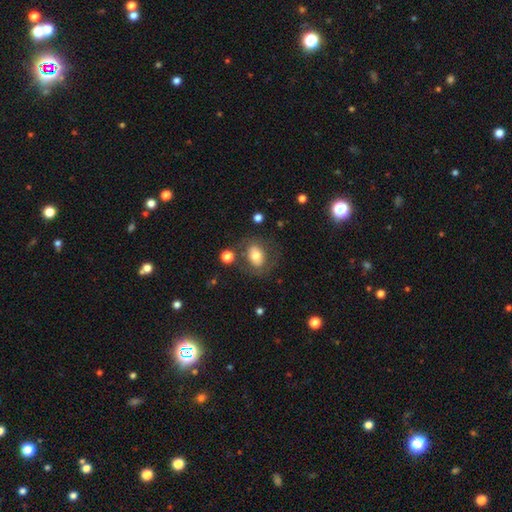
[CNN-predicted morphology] A smooth galaxy with no disk features (66%) that is in between round and cigar-shaped (62%). Merging: none (63%).